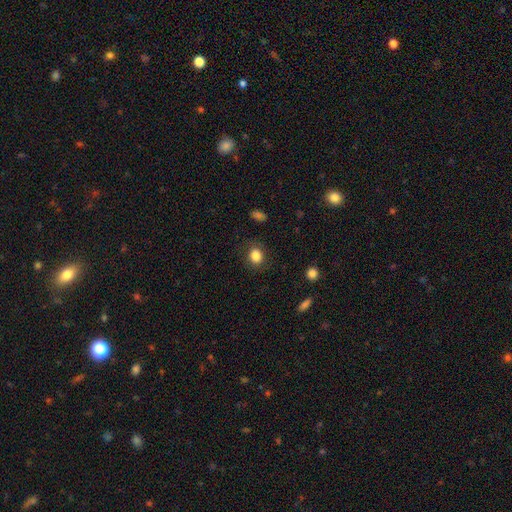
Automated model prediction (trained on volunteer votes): This is clearly a smooth galaxy (85%). How rounded: likely round (65%). Merging: clearly none (84%).